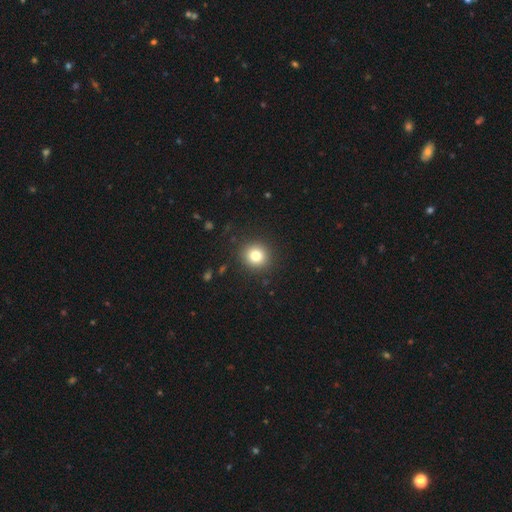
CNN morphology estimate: type=smooth (80%); roundness=round (91%); merging=none (91%).